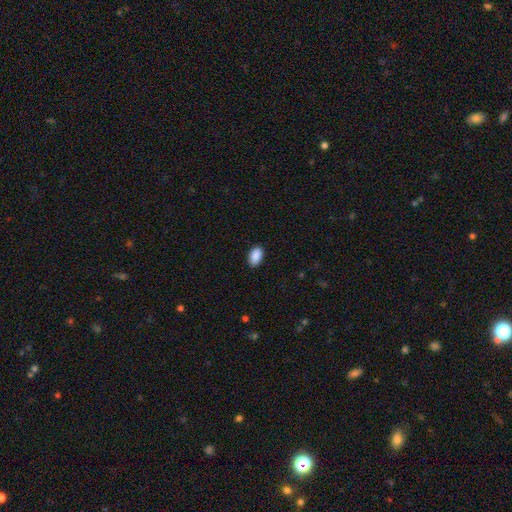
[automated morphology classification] The model was most divided on "merging": none: 88%, minor disturbance: 9%, major disturbance: 2%, merger: 1%. More confident: how rounded — in between (93%); smooth or featured — smooth (90%).